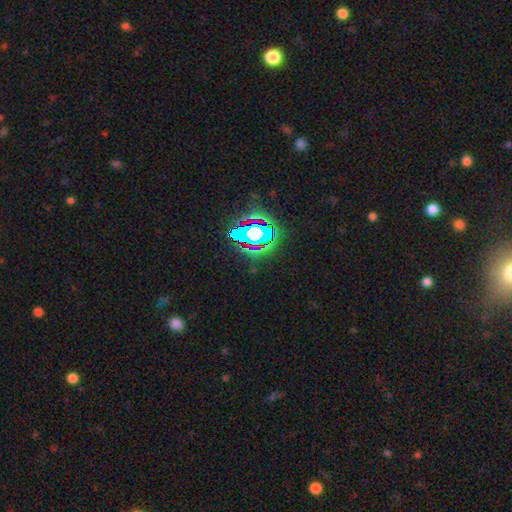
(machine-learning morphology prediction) A star or artifact, not a galaxy (76%).

Vote fractions:
- Smooth or featured? star or artifact: 76% / smooth: 14% / featured or disk: 10%